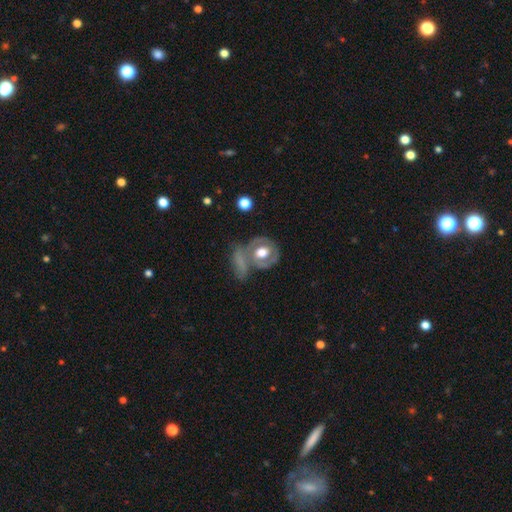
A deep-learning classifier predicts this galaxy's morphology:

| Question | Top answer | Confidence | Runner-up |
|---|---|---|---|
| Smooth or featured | featured or disk | 52% | smooth (35%) |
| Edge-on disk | no | 93% | yes (7%) |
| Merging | none | 45% | merger (26%) |